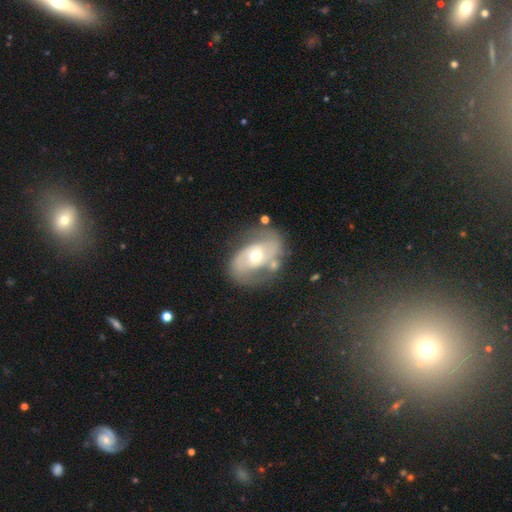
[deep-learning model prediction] featured or disk 80%, smooth 14%, star or artifact 6%. Down the decision tree: edge-on disk — no (97%); bar — no (60%); spiral arms — yes (88%); spiral arm count — 2 (84%); spiral winding — medium (46%); bulge size — moderate (61%); merging — none (63%).